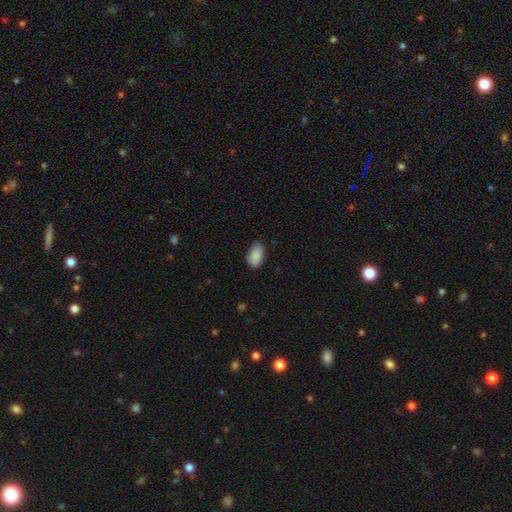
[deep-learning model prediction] This is clearly a smooth galaxy (89%). How rounded: clearly in between (93%). Merging: likely none (76%).